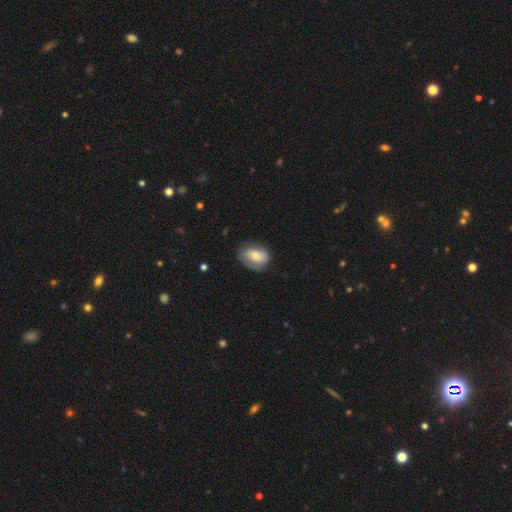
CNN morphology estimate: smooth_or_featured: smooth (p=0.57) [alt: featured or disk p=0.36]
how_rounded: in between (p=0.72) [alt: round p=0.26]
merging: none (p=0.63) [alt: minor disturbance p=0.26]